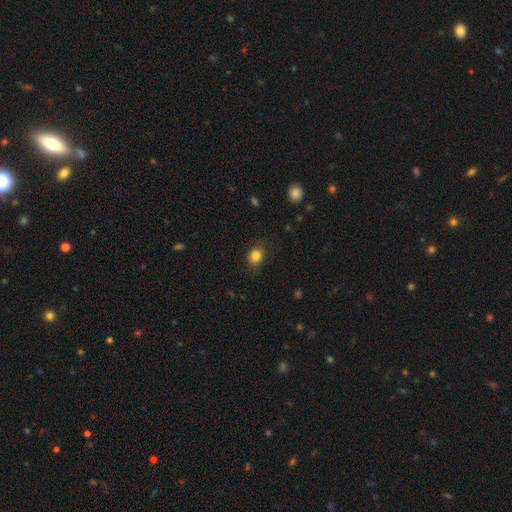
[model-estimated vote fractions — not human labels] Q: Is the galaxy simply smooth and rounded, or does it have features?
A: smooth — 83%.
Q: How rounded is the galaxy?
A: round — 56%.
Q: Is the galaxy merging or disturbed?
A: none — 80%.